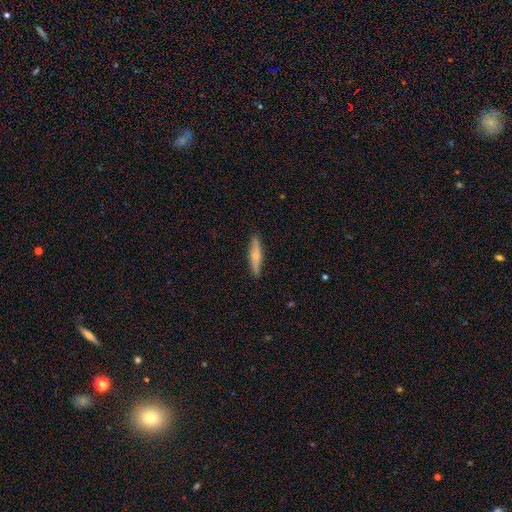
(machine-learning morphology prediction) smooth-or-featured: smooth: 51% | featured or disk: 44% | star or artifact: 6%
  how-rounded: cigar-shaped: 81% | in between: 17% | round: 2%
  merging: none: 88% | minor disturbance: 9% | major disturbance: 2% | merger: 1%